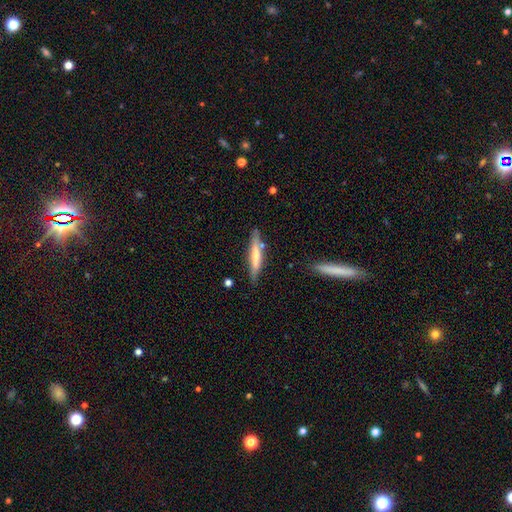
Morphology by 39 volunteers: type=smooth (59%); roundness=cigar-shaped (96%); merging=none (74%).